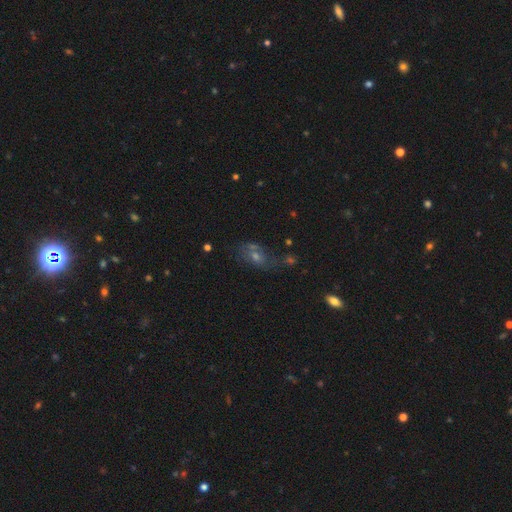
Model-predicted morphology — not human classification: Smooth or featured?
  - smooth: 38% *
  - featured or disk: 33%
  - star or artifact: 29%
Merging?
  - none: 48% *
  - merger: 19%
  - minor disturbance: 18%
  - major disturbance: 15%